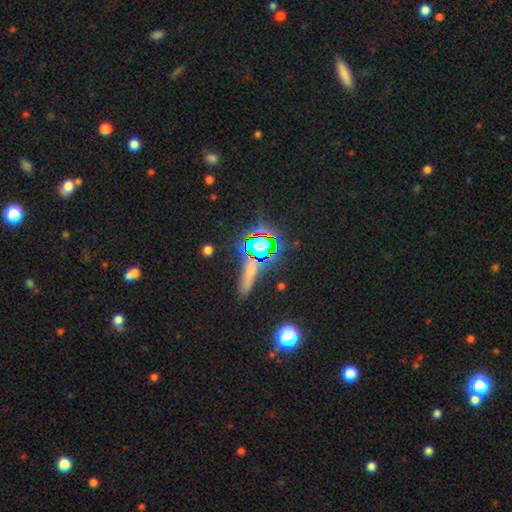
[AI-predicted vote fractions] A star or artifact, not a galaxy (76%).

Vote fractions:
- Smooth or featured? star or artifact: 76% / smooth: 15% / featured or disk: 10%